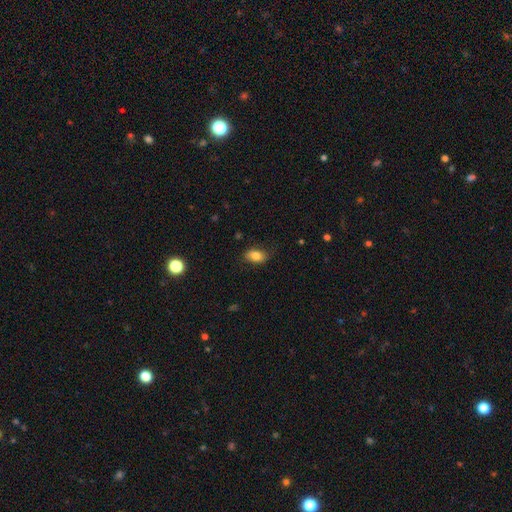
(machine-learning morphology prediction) Overall: smooth (82%). How rounded: in between (89%). Merging: none (77%).